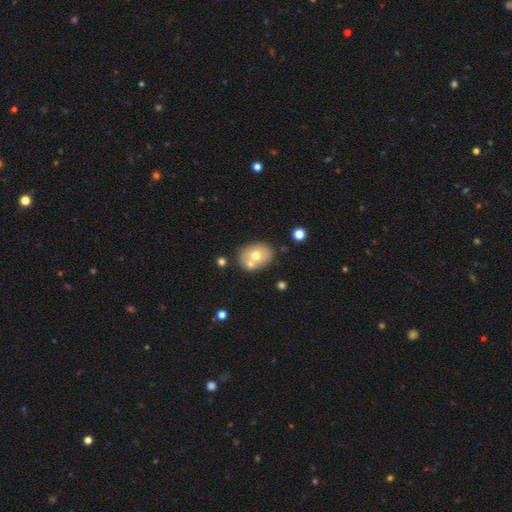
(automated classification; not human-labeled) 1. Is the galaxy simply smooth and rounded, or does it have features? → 67% smooth, 24% featured or disk, 9% star or artifact.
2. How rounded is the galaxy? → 55% in between, 45% round, 1% cigar-shaped.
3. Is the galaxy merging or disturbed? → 65% none, 21% merger, 12% minor disturbance, 3% major disturbance.